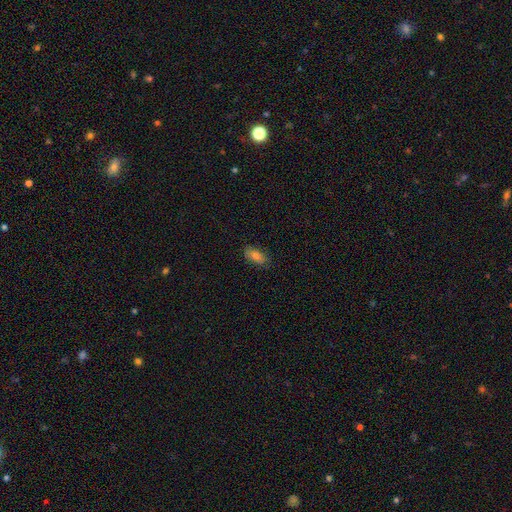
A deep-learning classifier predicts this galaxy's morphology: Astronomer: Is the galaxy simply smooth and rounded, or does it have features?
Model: smooth — 73%.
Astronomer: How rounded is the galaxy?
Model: in between — 89%.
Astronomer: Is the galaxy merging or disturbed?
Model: none — 81%.